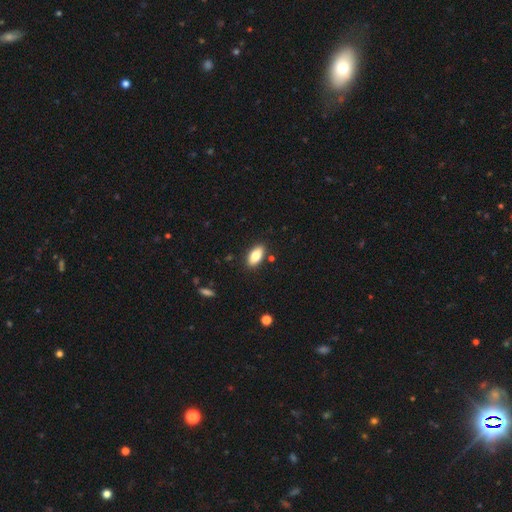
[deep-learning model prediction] Q: Smooth or featured?
A: smooth (81%); runner-up: featured or disk (12%)
Q: How rounded?
A: in between (90%); runner-up: cigar-shaped (7%)
Q: Merging?
A: none (87%); runner-up: minor disturbance (9%)